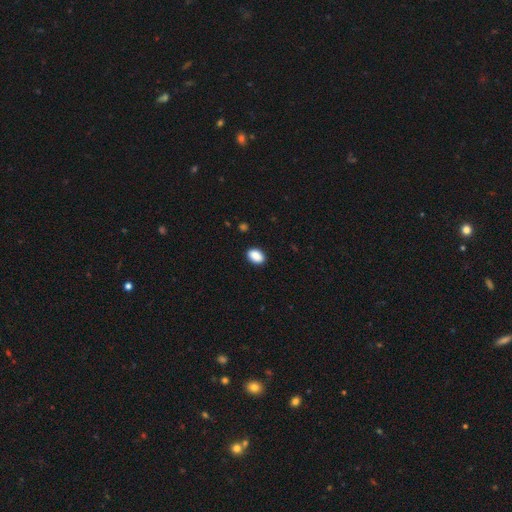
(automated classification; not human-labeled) Smooth or featured? smooth (90%)
How rounded? in between (85%)
Merging? none (87%)